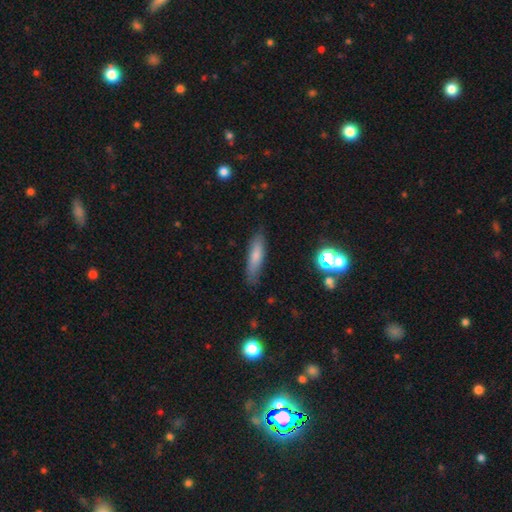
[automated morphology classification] A smooth galaxy with no disk features (73%) that is cigar-shaped (68%).

Vote fractions:
- Smooth or featured? smooth: 73% / featured or disk: 19% / star or artifact: 8%
- How rounded? cigar-shaped: 68% / in between: 30% / round: 2%
- Merging? none: 81% / minor disturbance: 14% / major disturbance: 3% / merger: 2%